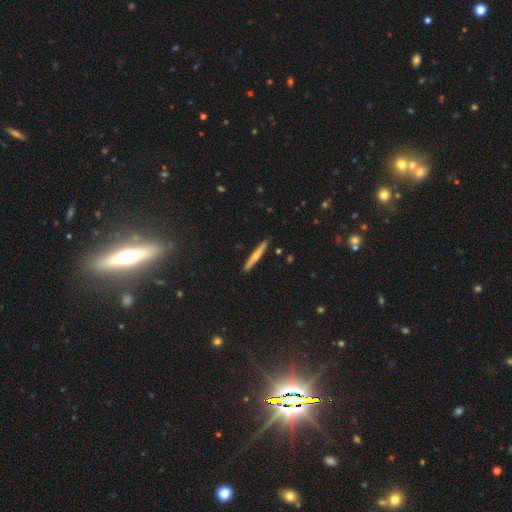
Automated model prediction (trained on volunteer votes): Overall: featured or disk (57%; smooth 37%). Edge-on disk: yes (97%). Edge-on bulge: rounded (80%). Merging: none (91%).